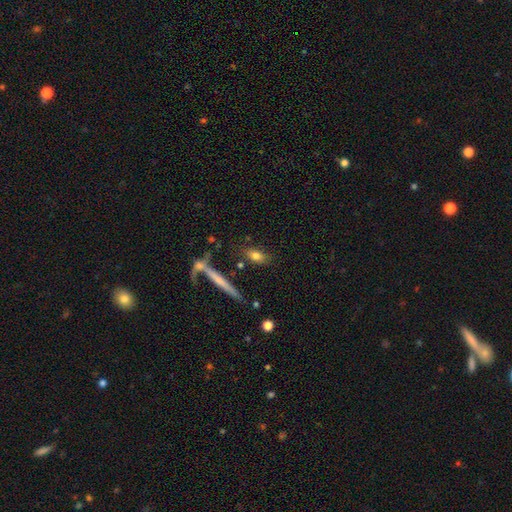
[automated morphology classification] Smooth or featured: smooth — 77% (featured or disk — 15%)
How rounded: in between — 75% (cigar-shaped — 16%)
Merging: none — 74% (minor disturbance — 13%)